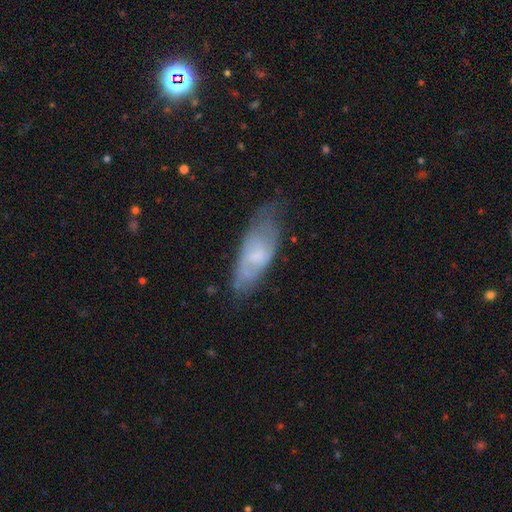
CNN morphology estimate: smooth-or-featured: smooth: 47% | featured or disk: 46% | star or artifact: 7%
  merging: none: 56% | minor disturbance: 30% | major disturbance: 11% | merger: 2%